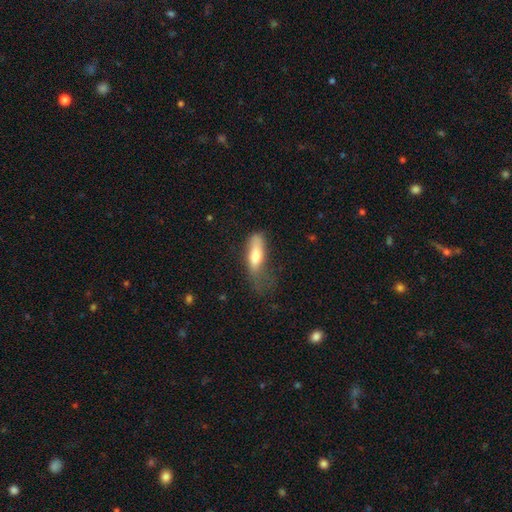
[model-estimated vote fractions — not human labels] This appears to be a smooth galaxy with no disk features (69%) that is in between round and cigar-shaped (49%). Merging: major disturbance (38%).